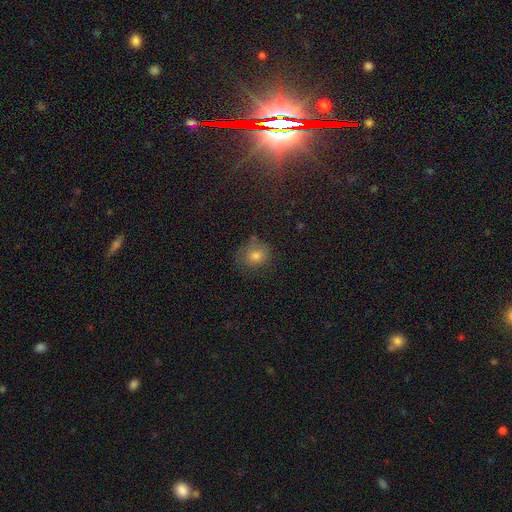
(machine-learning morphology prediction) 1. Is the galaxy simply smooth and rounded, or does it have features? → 73% smooth, 18% star or artifact, 9% featured or disk.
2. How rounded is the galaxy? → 76% round, 23% in between, 1% cigar-shaped.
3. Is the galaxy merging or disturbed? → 71% none, 19% minor disturbance, 6% major disturbance, 3% merger.